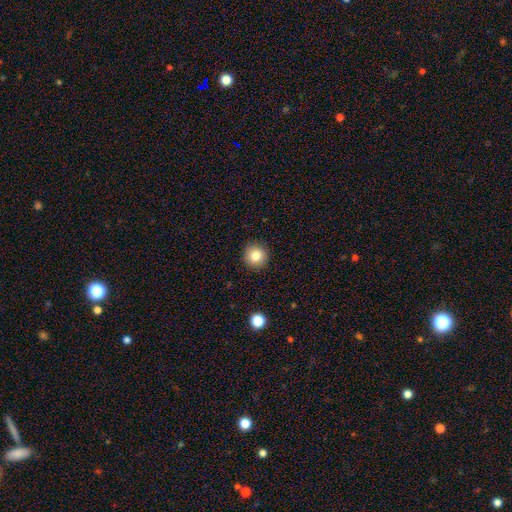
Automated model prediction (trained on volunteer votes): Morphology: type=smooth (83%); roundness=round (94%); merging=none (91%).